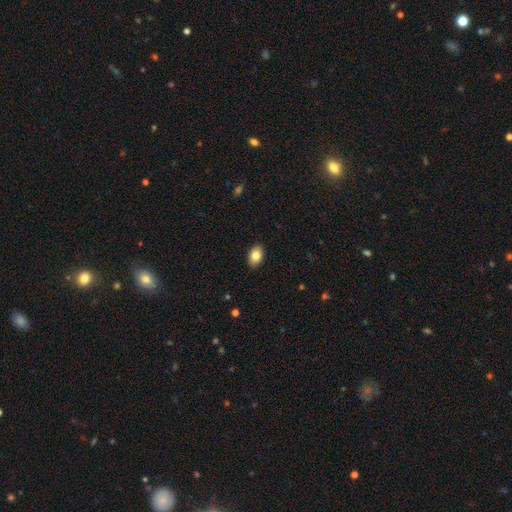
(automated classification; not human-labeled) smooth_or_featured: smooth (p=0.83) [alt: featured or disk p=0.09]
how_rounded: in between (p=0.84) [alt: round p=0.15]
merging: none (p=0.90) [alt: minor disturbance p=0.07]